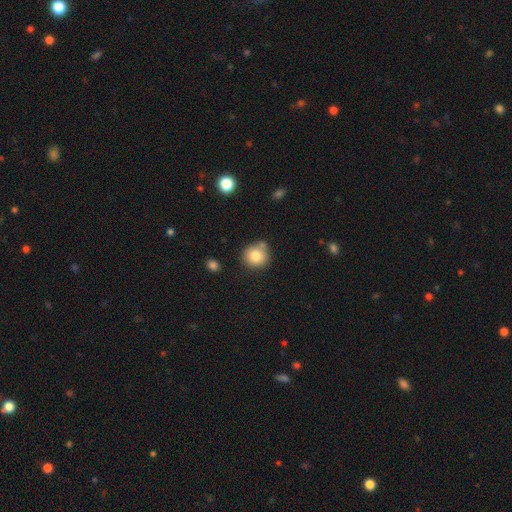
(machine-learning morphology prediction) Smooth or featured?
  - smooth: 80% *
  - featured or disk: 10%
  - star or artifact: 10%
How rounded?
  - round: 90% *
  - in between: 9%
  - cigar-shaped: 1%
Merging?
  - none: 70% *
  - minor disturbance: 14%
  - merger: 12%
  - major disturbance: 3%